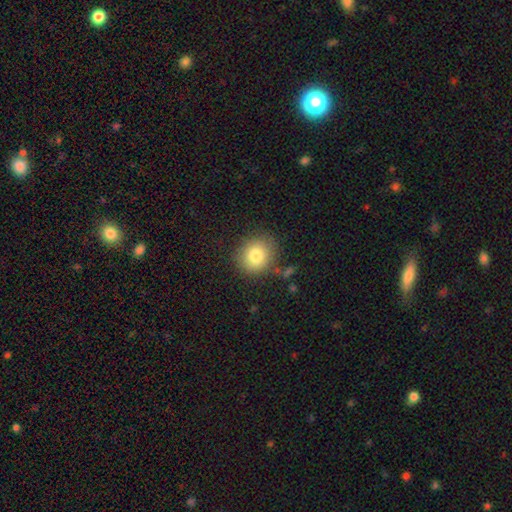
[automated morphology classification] This appears to be a smooth galaxy with no disk features (81%) that is round (81%). Merging: none (80%).